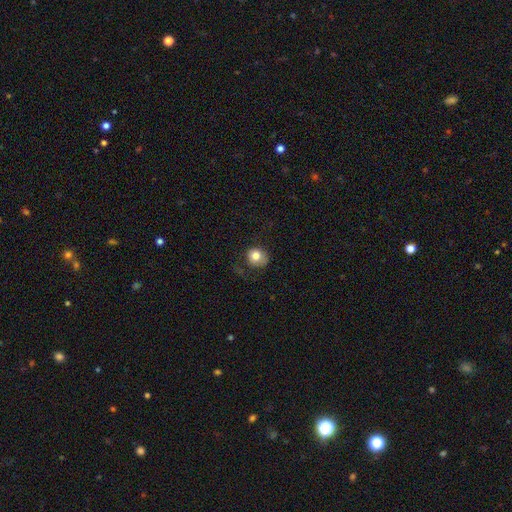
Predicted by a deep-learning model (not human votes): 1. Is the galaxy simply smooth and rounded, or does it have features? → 79% smooth, 11% featured or disk, 10% star or artifact.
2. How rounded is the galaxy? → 83% round, 16% in between, 1% cigar-shaped.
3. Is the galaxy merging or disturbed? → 59% none, 22% minor disturbance, 18% major disturbance, 2% merger.